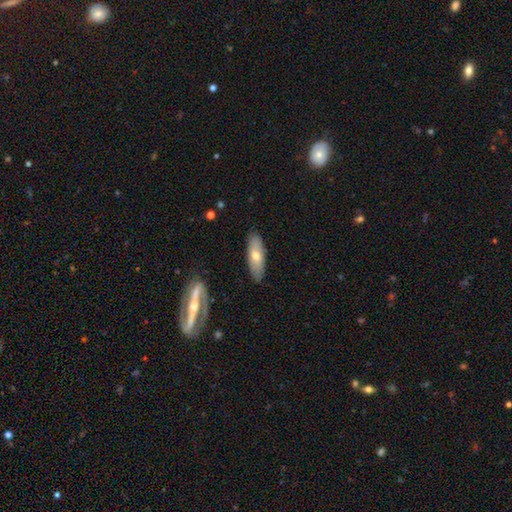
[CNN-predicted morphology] Overall: smooth (57%; featured or disk 36%). How rounded: in between (60%; cigar-shaped 37%). Merging: none (85%).